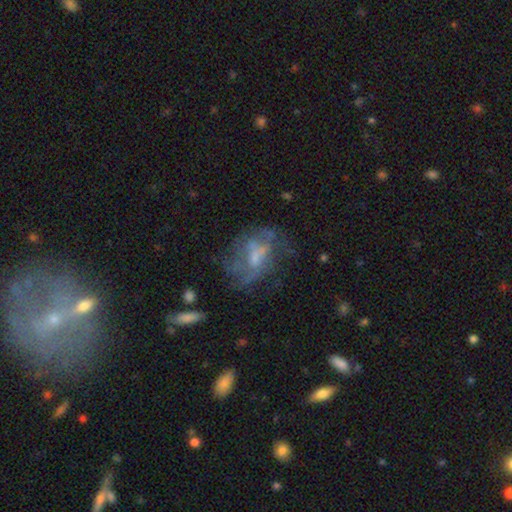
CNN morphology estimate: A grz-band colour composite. It shows a featured or disk galaxy (58%) with no bar (58%), no spiral arms (64%) and a small central bulge (33%). Merging: none (44%).